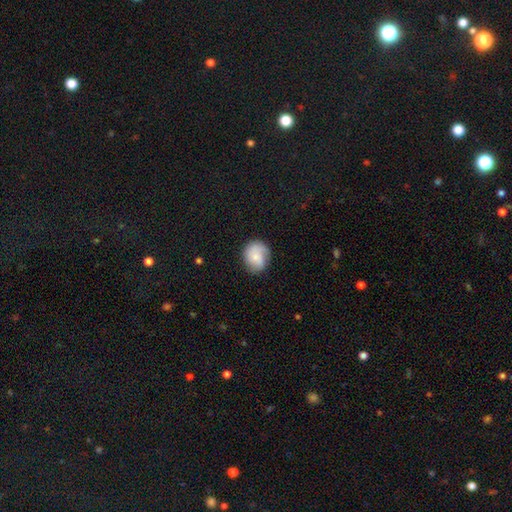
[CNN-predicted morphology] This appears to be a smooth galaxy with no disk features (70%) that is round (62%). Merging: none (68%).